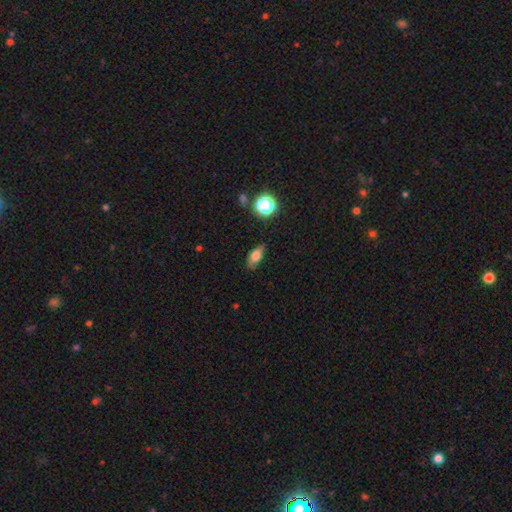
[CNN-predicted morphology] A smooth galaxy with no disk features (71%) that is in between round and cigar-shaped (79%).

Vote fractions:
- Smooth or featured? smooth: 71% / featured or disk: 18% / star or artifact: 10%
- How rounded? in between: 79% / cigar-shaped: 13% / round: 8%
- Merging? none: 80% / minor disturbance: 16% / major disturbance: 3% / merger: 2%